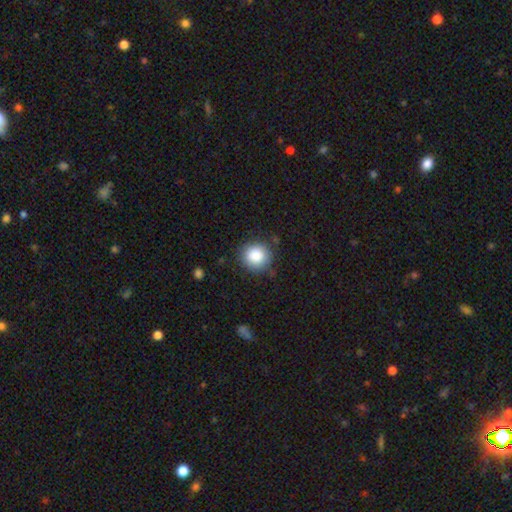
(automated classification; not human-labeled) Smooth or featured?
  - smooth: 87% *
  - star or artifact: 8%
  - featured or disk: 5%
How rounded?
  - round: 91% *
  - in between: 8%
  - cigar-shaped: 1%
Merging?
  - none: 85% *
  - minor disturbance: 10%
  - major disturbance: 3%
  - merger: 2%